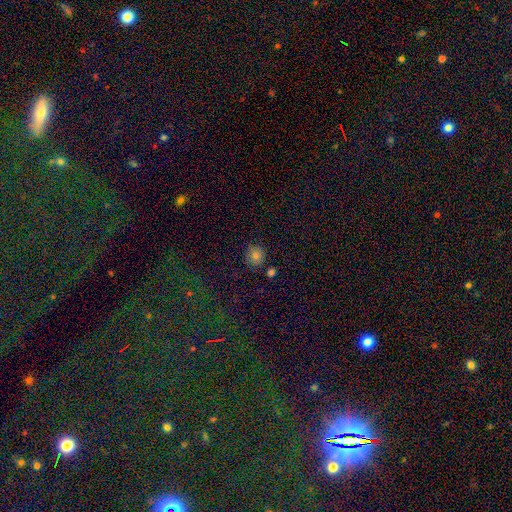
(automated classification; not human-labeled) smooth_or_featured: smooth (p=0.78) [alt: star or artifact p=0.13]
how_rounded: round (p=0.89) [alt: in between p=0.10]
merging: none (p=0.82) [alt: minor disturbance p=0.12]